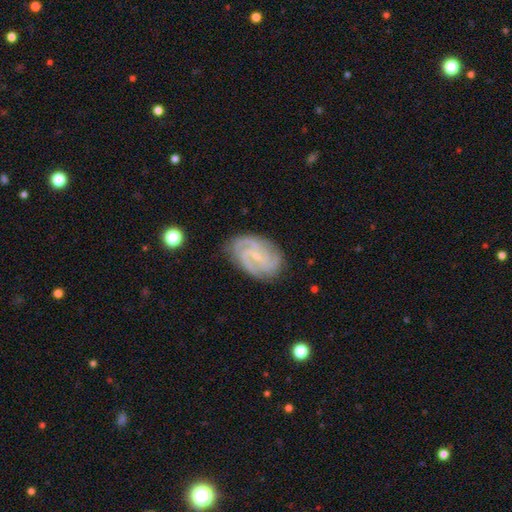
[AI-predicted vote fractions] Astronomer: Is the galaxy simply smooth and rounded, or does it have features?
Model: featured or disk — 88%.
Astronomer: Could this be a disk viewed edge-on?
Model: no — 97%.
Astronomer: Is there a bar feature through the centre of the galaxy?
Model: weak — 49% (runner-up: no, 35%).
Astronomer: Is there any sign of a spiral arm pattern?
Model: yes — 98%.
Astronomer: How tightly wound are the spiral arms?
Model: tight — 54% (runner-up: medium, 39%).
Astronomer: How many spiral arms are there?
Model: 2 — 41% (runner-up: 3, 30%).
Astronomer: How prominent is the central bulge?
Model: small — 78%.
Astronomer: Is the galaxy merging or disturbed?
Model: none — 80%.